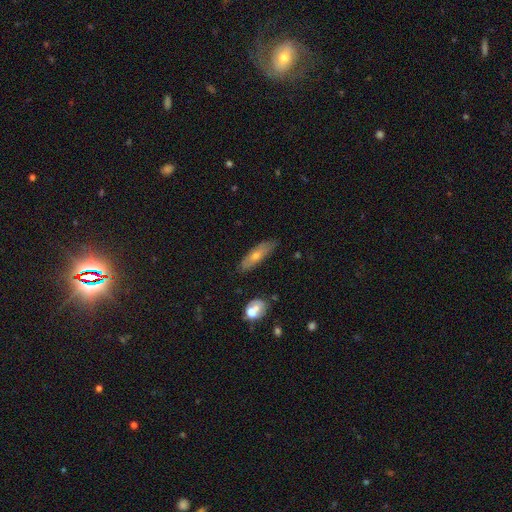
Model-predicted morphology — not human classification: This is possibly a smooth galaxy (53%). How rounded: likely cigar-shaped (62%). Merging: clearly none (82%).